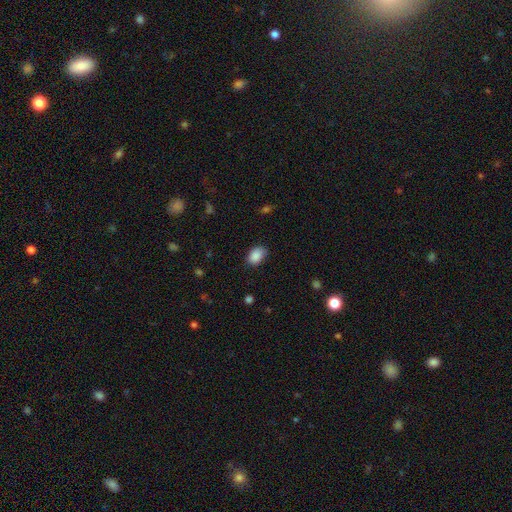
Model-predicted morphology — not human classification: smooth-or-featured: smooth: 89% | star or artifact: 7% | featured or disk: 4%
  how-rounded: in between: 84% | round: 15% | cigar-shaped: 1%
  merging: none: 78% | minor disturbance: 18% | major disturbance: 3% | merger: 1%